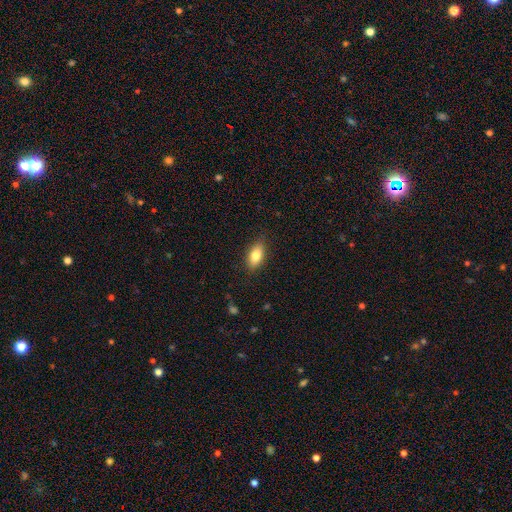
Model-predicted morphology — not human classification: Smooth or featured? smooth (80%)
How rounded? in between (86%)
Merging? none (85%)